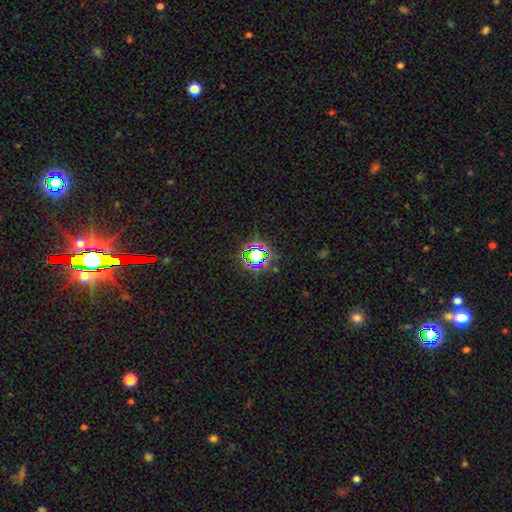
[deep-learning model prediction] smooth-or-featured: star or artifact: 68% | smooth: 22% | featured or disk: 10%